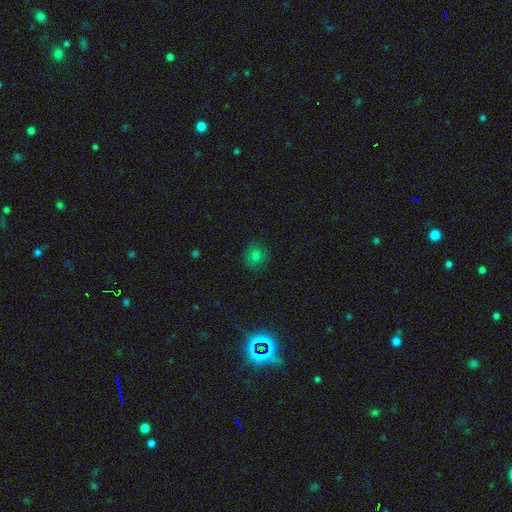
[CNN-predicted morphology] Smooth or featured? smooth (76%)
How rounded? round (90%)
Merging? none (88%)